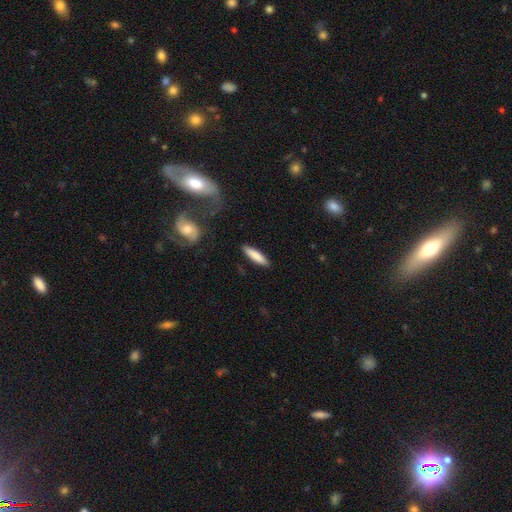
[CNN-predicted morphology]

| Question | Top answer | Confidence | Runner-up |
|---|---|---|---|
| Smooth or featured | smooth | 82% | featured or disk (13%) |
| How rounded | cigar-shaped | 81% | in between (18%) |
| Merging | none | 90% | minor disturbance (7%) |